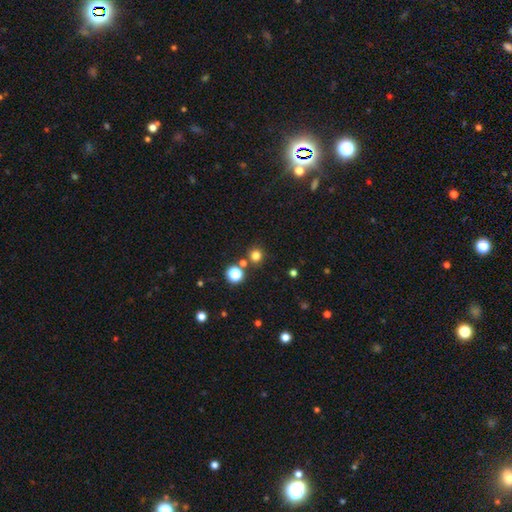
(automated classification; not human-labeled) Smooth or featured? Predicted: smooth (p=0.77). How rounded? Predicted: round (p=0.92). Merging? Predicted: none (p=0.82).